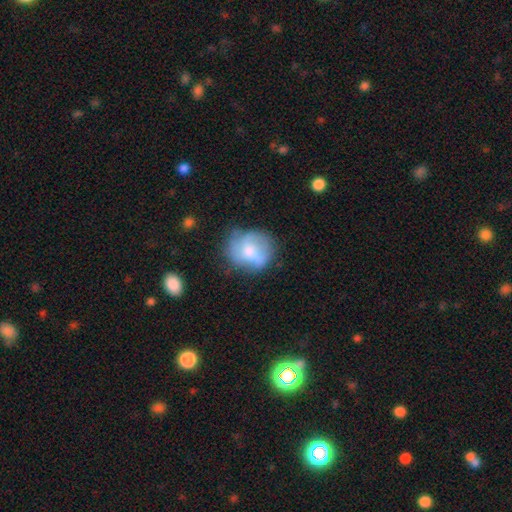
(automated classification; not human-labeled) Smooth or featured? Predicted: smooth (p=0.57). How rounded? Predicted: round (p=0.75). Merging? Predicted: none (p=0.52).